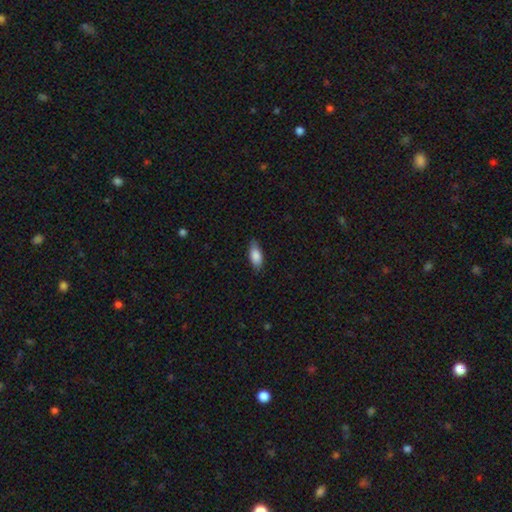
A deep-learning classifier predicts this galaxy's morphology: smooth 86%, featured or disk 8%, star or artifact 6%. Down the decision tree: how rounded — in between (84%); merging — none (82%).